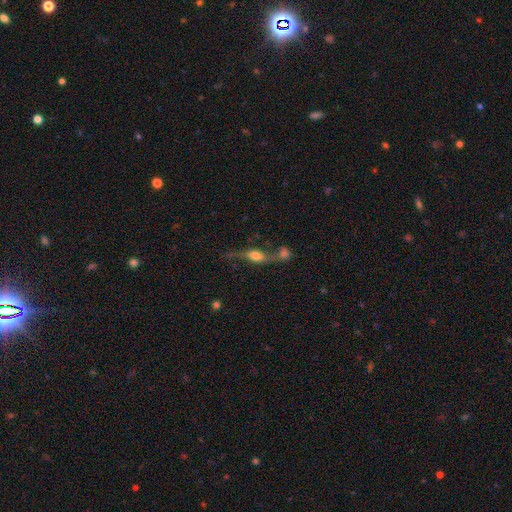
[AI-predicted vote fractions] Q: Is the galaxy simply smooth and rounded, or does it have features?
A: featured or disk — 58%.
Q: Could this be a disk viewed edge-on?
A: yes — 53%.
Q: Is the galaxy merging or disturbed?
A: merger — 41%.